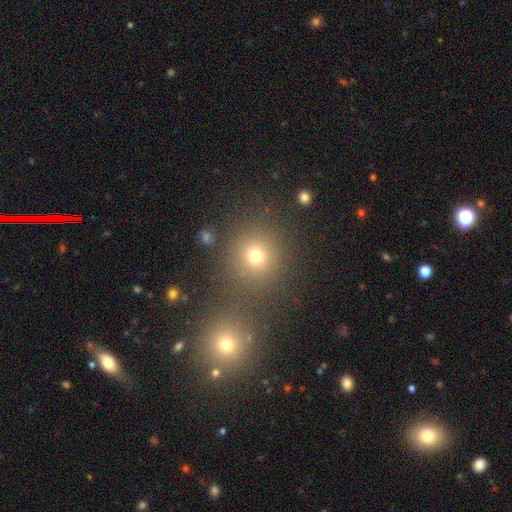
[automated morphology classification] smooth-or-featured: smooth: 71% | star or artifact: 20% | featured or disk: 9%
  how-rounded: round: 88% | in between: 11% | cigar-shaped: 1%
  merging: none: 74% | merger: 12% | minor disturbance: 9% | major disturbance: 5%